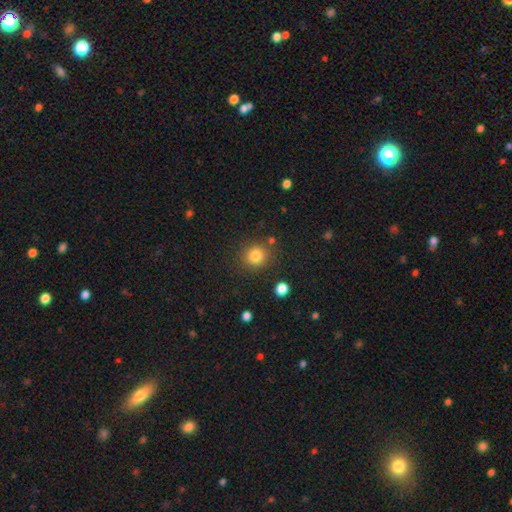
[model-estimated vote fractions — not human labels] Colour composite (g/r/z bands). It shows a smooth galaxy with no disk features (83%) that is round (87%). Merging: none (85%).